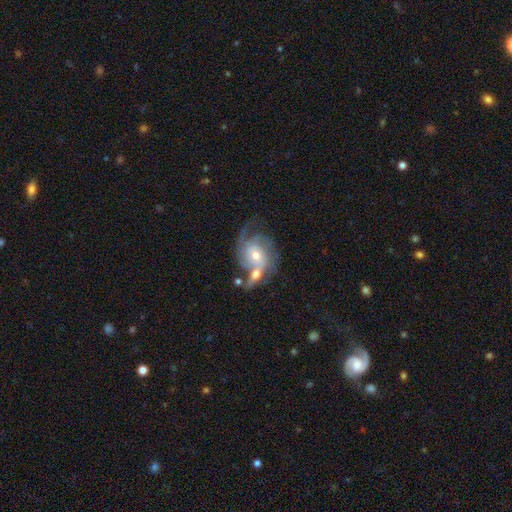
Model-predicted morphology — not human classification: This appears to be a featured or disk galaxy (75%) with no bar (69%), 2 (36%) medium (39%, tied with tight) spiral arms (89%) and a moderate central bulge (51%). Merging: merger (38%).